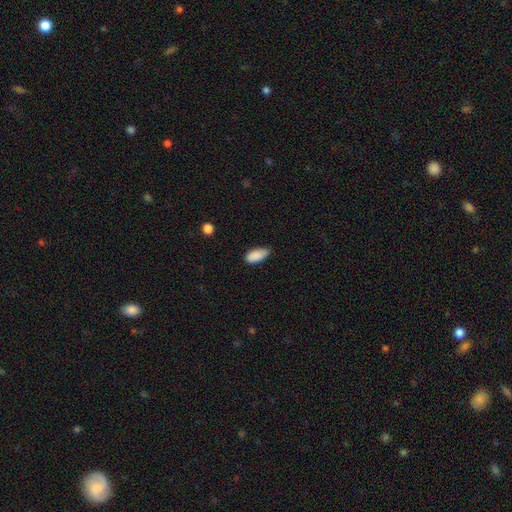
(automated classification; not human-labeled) Overall: smooth (88%). How rounded: in between (91%). Merging: none (62%; minor disturbance 32%).